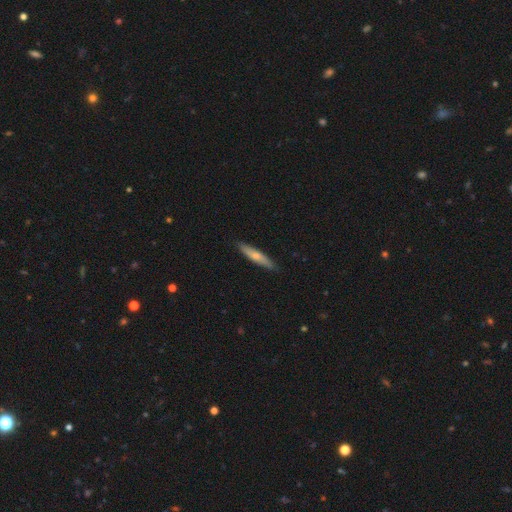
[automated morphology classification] A smooth galaxy with no disk features (60%) that is cigar-shaped (85%). Merging: none (88%).